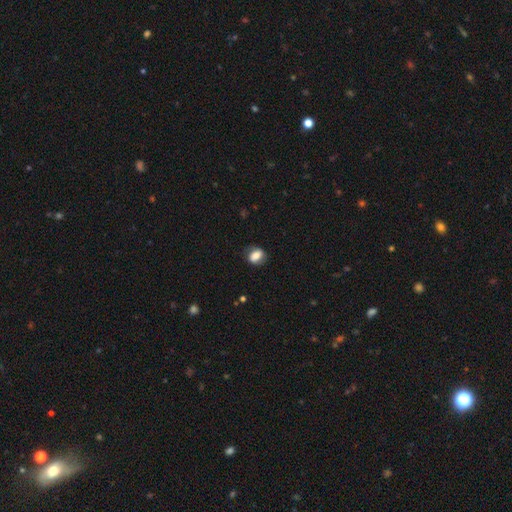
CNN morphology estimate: This appears to be a smooth galaxy with no disk features (71%) that is in between round and cigar-shaped (65%). Merging: none (75%).